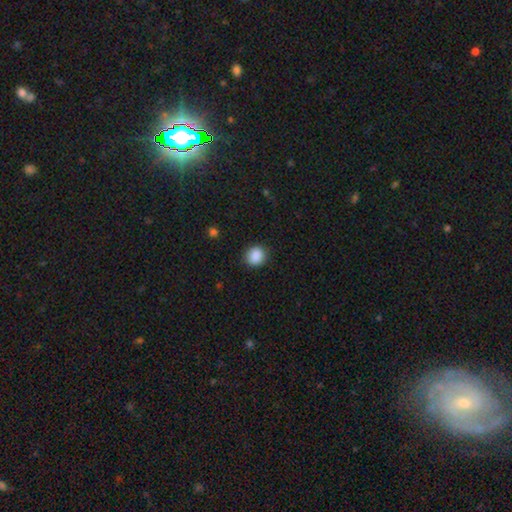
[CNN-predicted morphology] This appears to be a smooth galaxy with no disk features (89%) that is round (76%). Merging: none (88%).